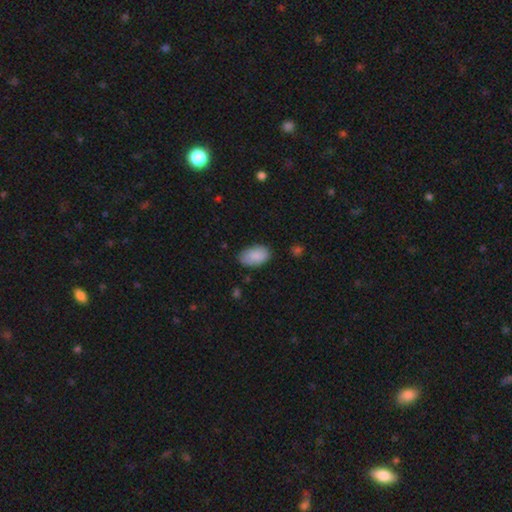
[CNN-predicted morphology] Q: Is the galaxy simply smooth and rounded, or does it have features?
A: smooth — 87%.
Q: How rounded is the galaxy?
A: in between — 94%.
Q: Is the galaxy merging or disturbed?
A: none — 78%.